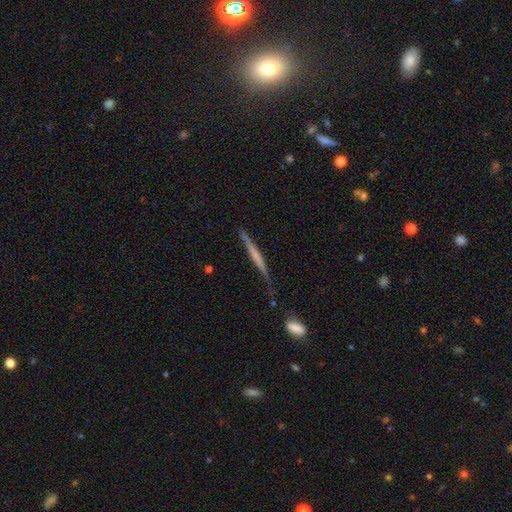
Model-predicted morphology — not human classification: This is possibly a featured or disk galaxy (60%). It is clearly viewed edge-on (96%). Edge-on bulge: likely none (61%). Merging: likely none (69%).